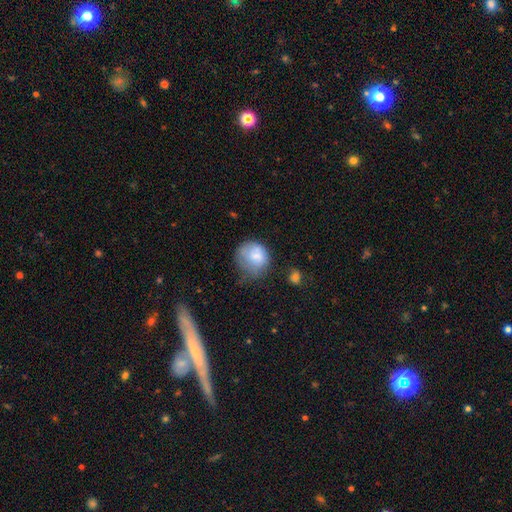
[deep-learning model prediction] Overall: smooth (75%). How rounded: round (74%). Merging: none (39%; minor disturbance 35%).